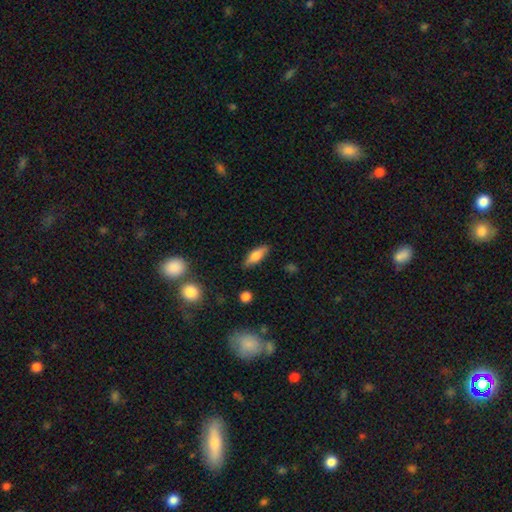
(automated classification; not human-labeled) Smooth or featured?
  - smooth: 68% *
  - featured or disk: 25%
  - star or artifact: 7%
How rounded?
  - in between: 62% *
  - cigar-shaped: 35%
  - round: 3%
Merging?
  - none: 85% *
  - minor disturbance: 11%
  - major disturbance: 2%
  - merger: 2%